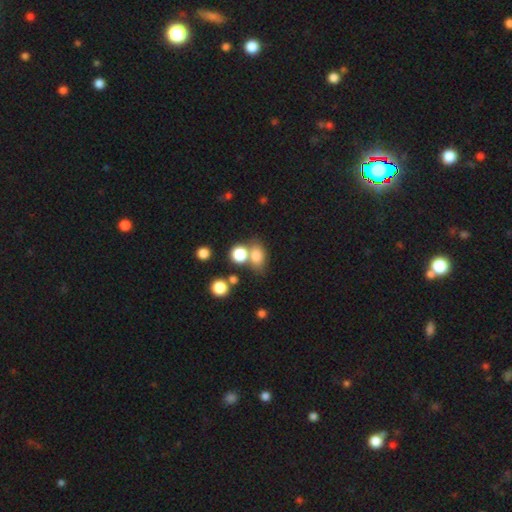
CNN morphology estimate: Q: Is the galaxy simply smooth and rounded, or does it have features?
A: smooth — 78%.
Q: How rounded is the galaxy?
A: in between — 64%.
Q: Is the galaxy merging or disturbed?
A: none — 53%.